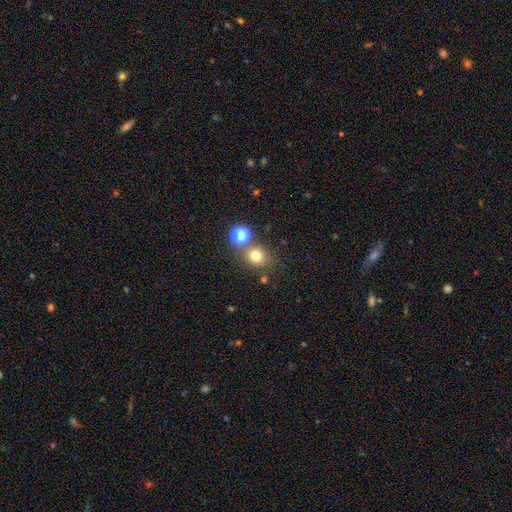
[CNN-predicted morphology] Smooth or featured?
  - smooth: 74% *
  - star or artifact: 18%
  - featured or disk: 8%
How rounded?
  - round: 80% *
  - in between: 19%
  - cigar-shaped: 1%
Merging?
  - none: 73% *
  - merger: 13%
  - minor disturbance: 10%
  - major disturbance: 4%